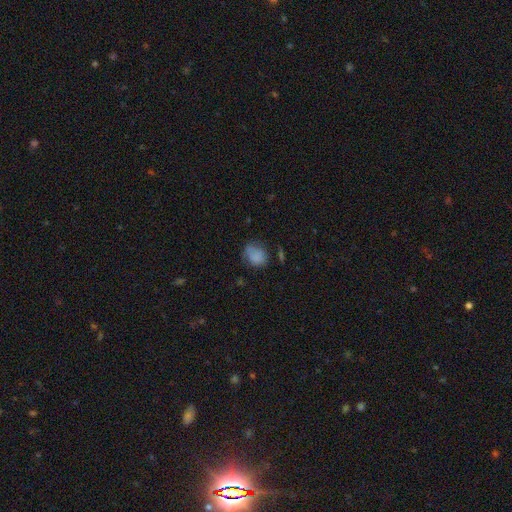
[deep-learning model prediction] Morphology: type=smooth (78%); roundness=in between (51%); merging=none (54%).